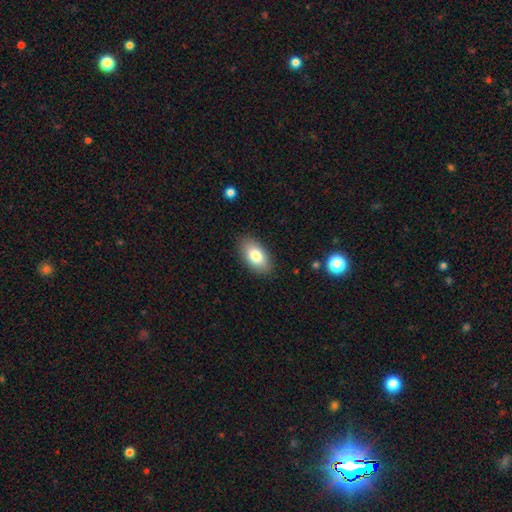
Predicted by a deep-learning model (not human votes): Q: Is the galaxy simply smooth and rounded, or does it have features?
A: smooth — 80%.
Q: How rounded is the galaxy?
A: in between — 94%.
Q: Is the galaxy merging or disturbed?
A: none — 87%.